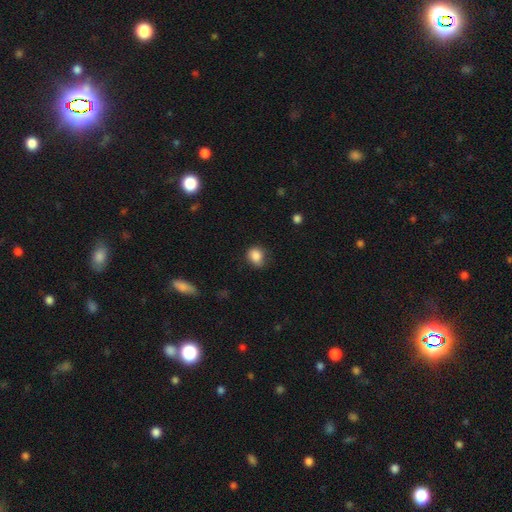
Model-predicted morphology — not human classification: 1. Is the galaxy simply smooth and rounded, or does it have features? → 86% smooth, 9% star or artifact, 5% featured or disk.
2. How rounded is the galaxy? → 64% round, 35% in between, 1% cigar-shaped.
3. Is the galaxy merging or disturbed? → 67% none, 26% minor disturbance, 6% major disturbance, 1% merger.